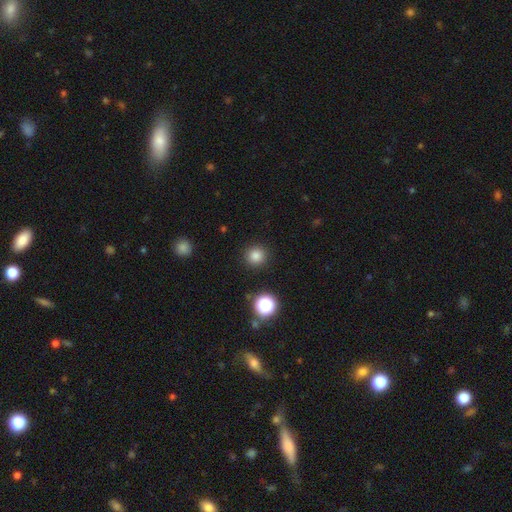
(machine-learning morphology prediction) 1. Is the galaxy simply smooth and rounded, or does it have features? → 81% smooth, 14% star or artifact, 5% featured or disk.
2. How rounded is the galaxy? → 94% round, 5% in between, 1% cigar-shaped.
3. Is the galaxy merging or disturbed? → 91% none, 6% minor disturbance, 2% major disturbance, 1% merger.